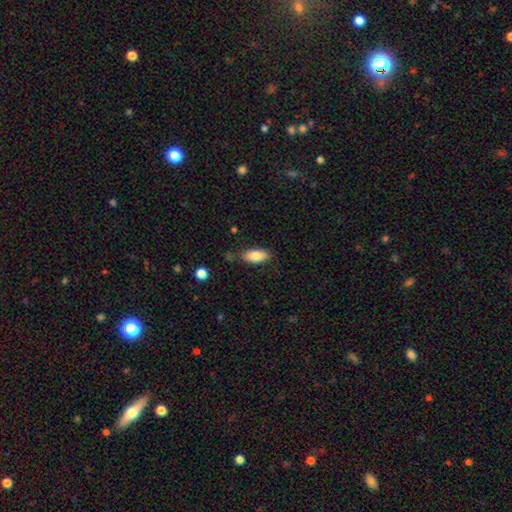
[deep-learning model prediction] This appears to be a smooth galaxy with no disk features (82%) that is in between round and cigar-shaped (90%). Merging: none (77%).